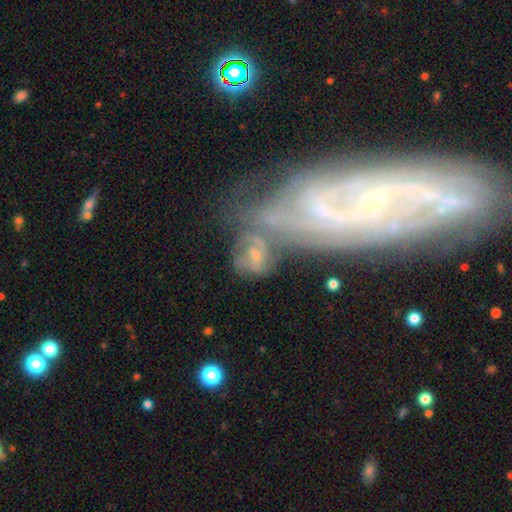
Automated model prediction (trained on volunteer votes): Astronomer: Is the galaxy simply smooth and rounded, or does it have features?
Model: featured or disk — 63%.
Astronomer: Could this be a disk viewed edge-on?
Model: no — 96%.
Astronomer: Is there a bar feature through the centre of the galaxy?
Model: no — 50% (runner-up: weak, 36%).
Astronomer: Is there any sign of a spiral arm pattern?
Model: yes — 80%.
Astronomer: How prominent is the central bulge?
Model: small — 56% (runner-up: moderate, 35%).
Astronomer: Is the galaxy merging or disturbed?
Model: none — 34%, tied with merger at 34%.